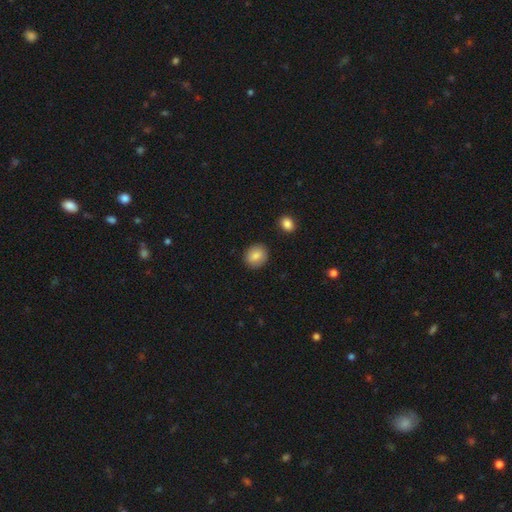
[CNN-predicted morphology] Smooth or featured? Predicted: smooth (p=0.85). How rounded? Predicted: round (p=0.73). Merging? Predicted: none (p=0.88).